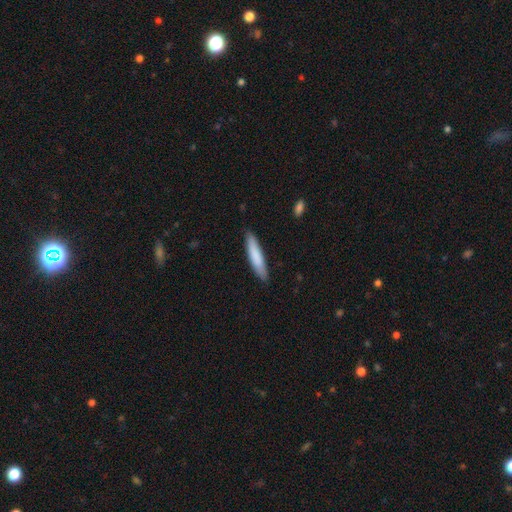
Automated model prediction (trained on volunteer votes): smooth_or_featured: smooth (p=0.79) [alt: featured or disk p=0.16]
how_rounded: cigar-shaped (p=0.88) [alt: in between p=0.11]
merging: none (p=0.88) [alt: minor disturbance p=0.10]